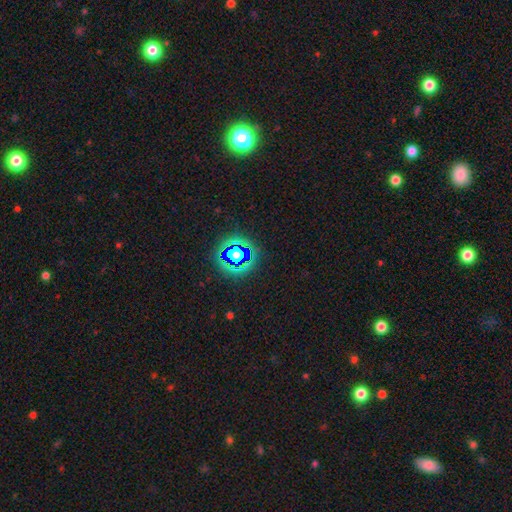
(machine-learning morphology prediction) Overall: star or artifact (75%).